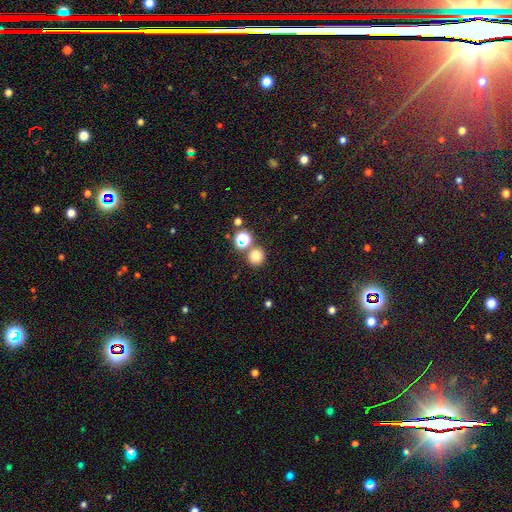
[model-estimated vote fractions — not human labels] This is likely a smooth galaxy (77%). How rounded: clearly round (91%). Merging: likely none (75%).